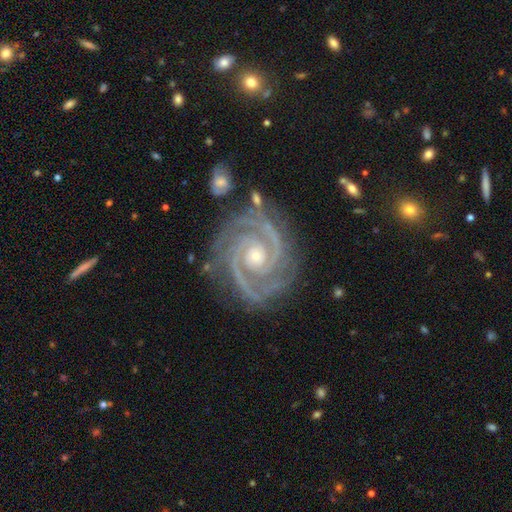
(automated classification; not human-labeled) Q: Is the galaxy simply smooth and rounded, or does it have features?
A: featured or disk — 93%.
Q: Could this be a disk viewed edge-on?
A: no — 98%.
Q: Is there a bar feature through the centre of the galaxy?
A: no — 58%.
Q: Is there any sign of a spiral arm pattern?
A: yes — 99%.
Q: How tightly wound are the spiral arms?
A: tight — 74%.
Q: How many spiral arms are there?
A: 2 — 83%.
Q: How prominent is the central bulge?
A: moderate — 49%.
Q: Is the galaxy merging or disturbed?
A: none — 80%.